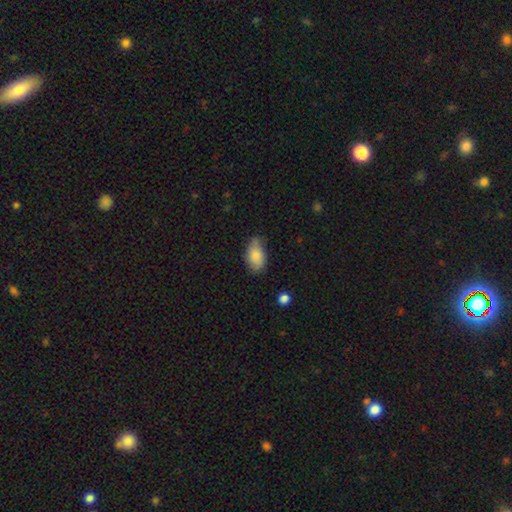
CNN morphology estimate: This appears to be a smooth galaxy with no disk features (84%) that is in between round and cigar-shaped (92%). Merging: none (63%).